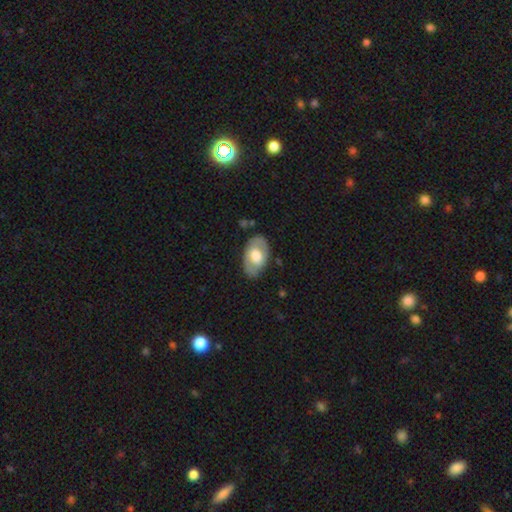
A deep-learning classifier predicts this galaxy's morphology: featured or disk 48%, smooth 47%, star or artifact 5%. Down the decision tree: merging — none (78%).